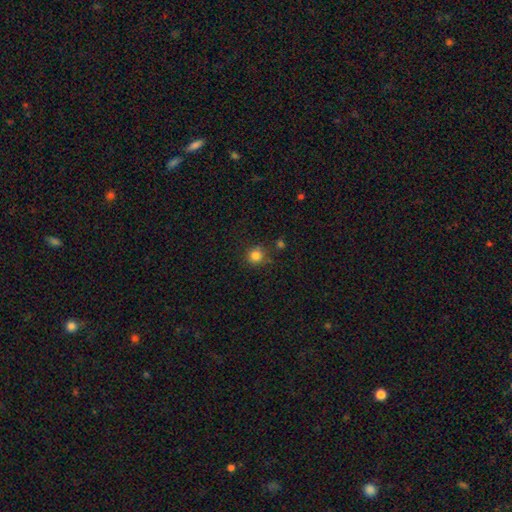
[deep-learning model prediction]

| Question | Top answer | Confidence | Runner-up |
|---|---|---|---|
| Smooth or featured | smooth | 83% | star or artifact (12%) |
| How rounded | round | 93% | in between (7%) |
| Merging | none | 81% | minor disturbance (11%) |